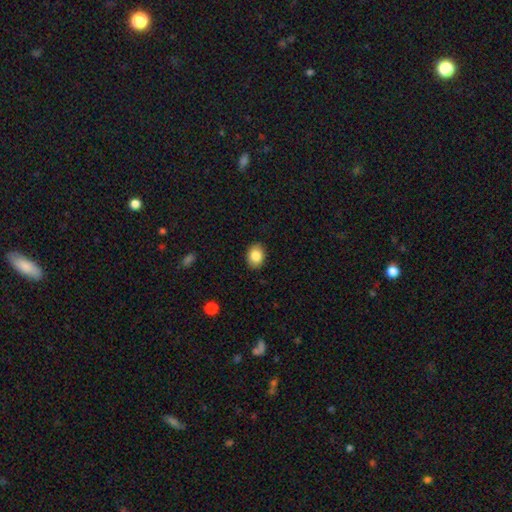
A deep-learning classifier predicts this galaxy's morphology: Smooth or featured? Predicted: smooth (p=0.85). How rounded? Predicted: in between (p=0.66). Merging? Predicted: none (p=0.89).